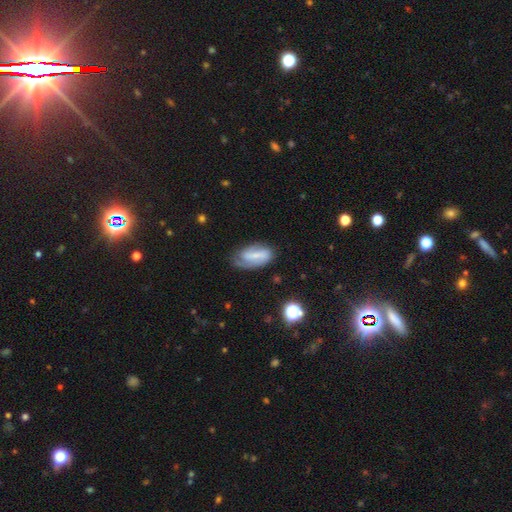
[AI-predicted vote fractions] Smooth or featured: featured or disk — 54% (smooth — 38%)
Edge-on disk: no — 93% (yes — 7%)
Bar: weak — 40% (strong — 37%)
Spiral arms: yes — 80% (no — 20%)
Bulge size: small — 54% (moderate — 21%)
Merging: none — 58% (minor disturbance — 28%)